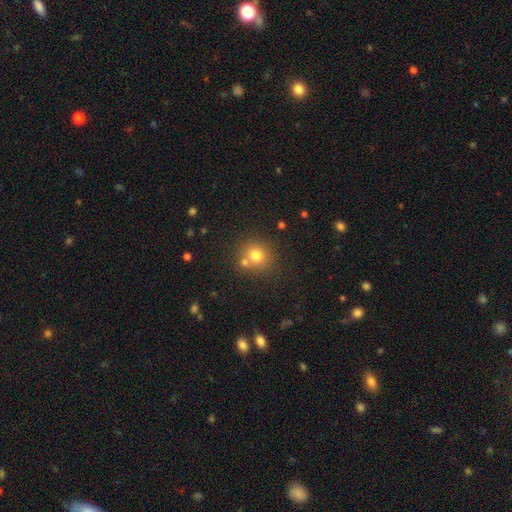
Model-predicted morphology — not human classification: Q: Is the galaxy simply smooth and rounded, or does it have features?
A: smooth — 76%.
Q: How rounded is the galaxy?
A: round — 86%.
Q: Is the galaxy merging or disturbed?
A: none — 67%.